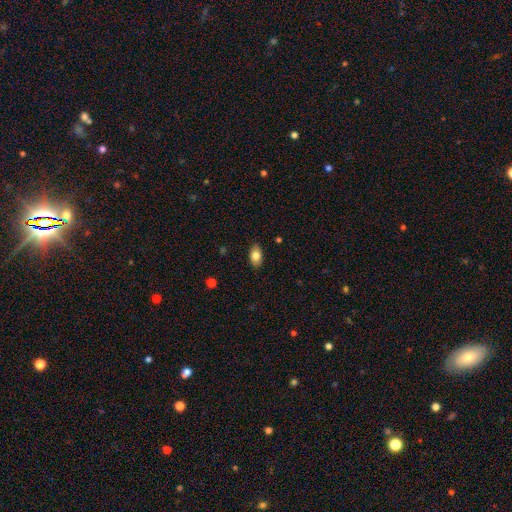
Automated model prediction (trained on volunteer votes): A smooth galaxy with no disk features (82%) that is in between round and cigar-shaped (90%). Merging: none (87%).